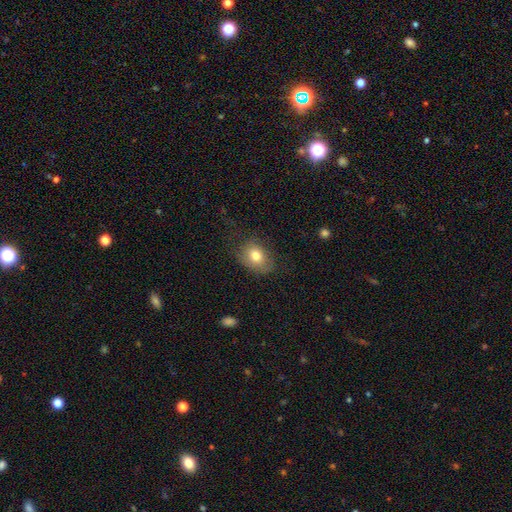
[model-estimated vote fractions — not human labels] Smooth or featured: smooth — 76% (featured or disk — 14%)
How rounded: in between — 62% (round — 37%)
Merging: none — 65% (minor disturbance — 22%)